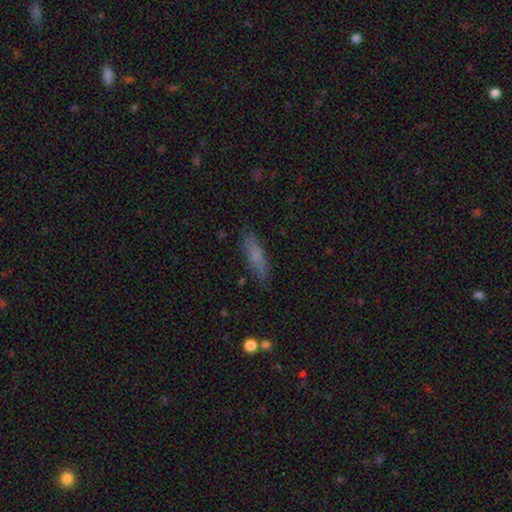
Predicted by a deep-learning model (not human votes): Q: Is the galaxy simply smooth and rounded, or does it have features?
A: smooth — 69%.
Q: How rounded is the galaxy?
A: cigar-shaped — 74%.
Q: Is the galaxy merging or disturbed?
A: none — 84%.